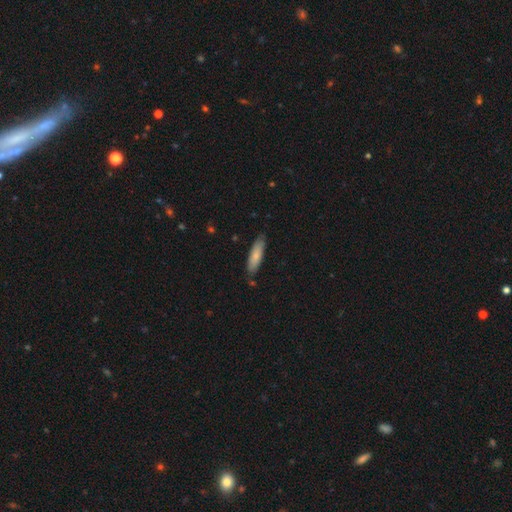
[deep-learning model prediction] A smooth galaxy with no disk features (75%) that is cigar-shaped (61%). Merging: none (80%).